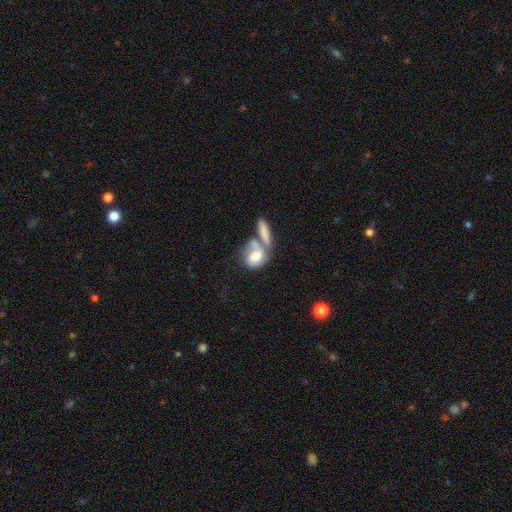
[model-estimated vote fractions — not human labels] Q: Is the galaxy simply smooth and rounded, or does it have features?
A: smooth — 47%.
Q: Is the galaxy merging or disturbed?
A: merger — 55%.